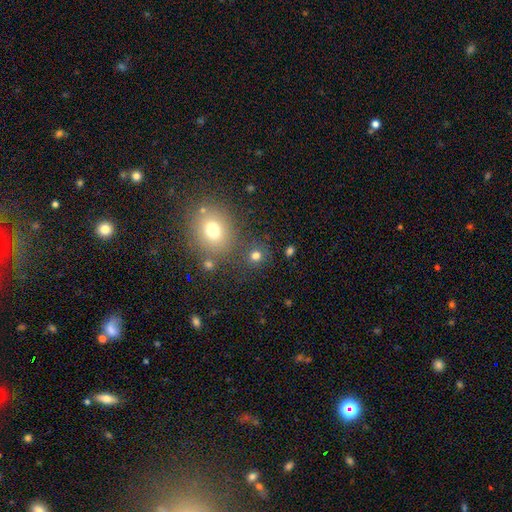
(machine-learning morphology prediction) The model was most divided on "smooth or featured": smooth: 74%, star or artifact: 19%, featured or disk: 7%. More confident: how rounded — round (86%); merging — none (79%).